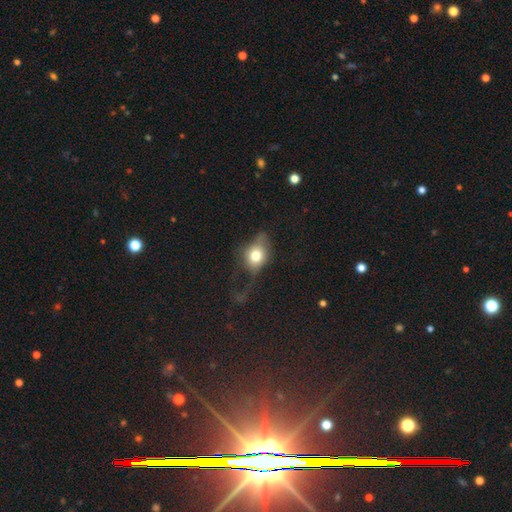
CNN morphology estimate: Smooth or featured: smooth — 71% (featured or disk — 19%)
How rounded: in between — 58% (round — 39%)
Merging: major disturbance — 36% (none — 34%)